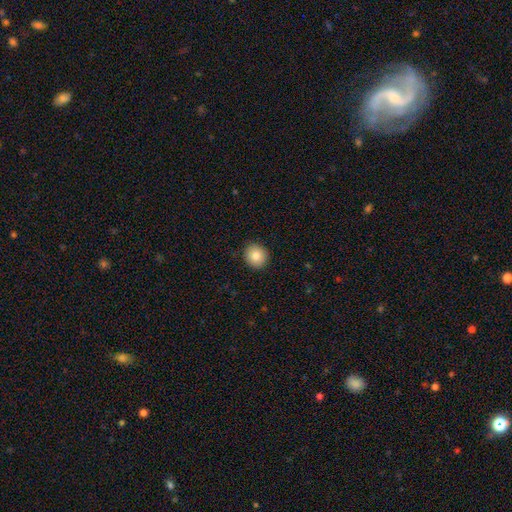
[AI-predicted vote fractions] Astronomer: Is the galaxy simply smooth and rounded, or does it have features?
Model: smooth — 84%.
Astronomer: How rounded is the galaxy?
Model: round — 87%.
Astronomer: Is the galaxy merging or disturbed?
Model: none — 91%.